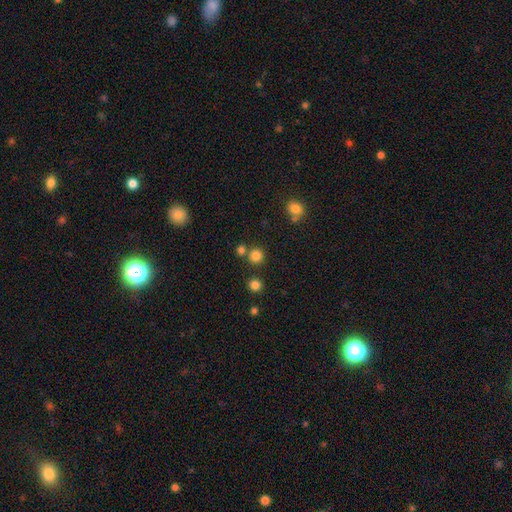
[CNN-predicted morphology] smooth-or-featured: smooth: 81% | star or artifact: 15% | featured or disk: 5%
  how-rounded: round: 93% | in between: 6% | cigar-shaped: 1%
  merging: none: 78% | merger: 13% | minor disturbance: 6% | major disturbance: 3%